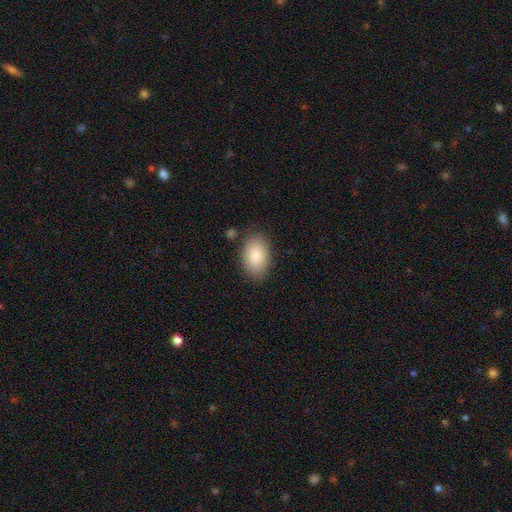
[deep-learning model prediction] This appears to be a smooth galaxy with no disk features (87%) that is in between round and cigar-shaped (91%). Merging: none (83%).